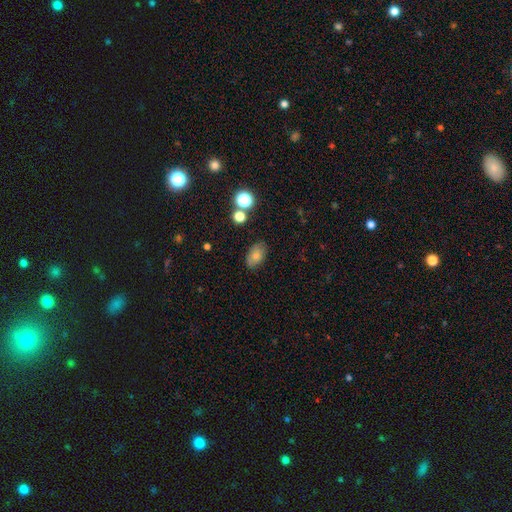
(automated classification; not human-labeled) smooth 78%, featured or disk 12%, star or artifact 10%. Down the decision tree: how rounded — in between (89%); merging — none (81%).